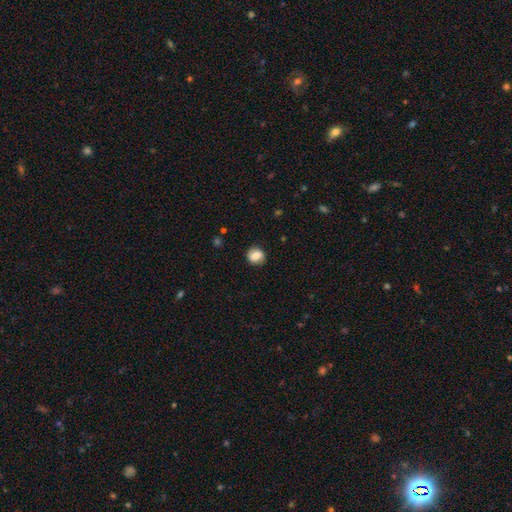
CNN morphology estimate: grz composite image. It shows a smooth galaxy with no disk features (77%) that is round (75%). Merging: none (83%).